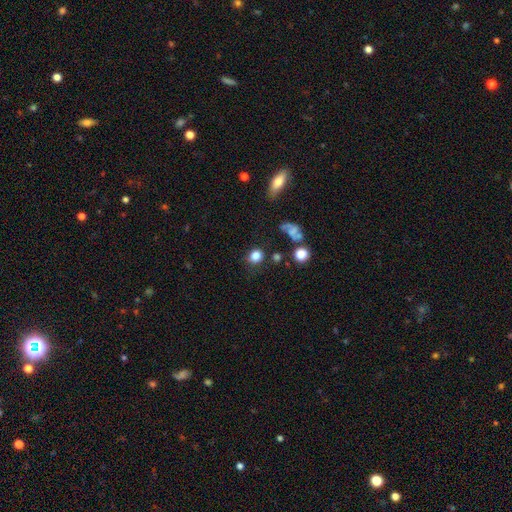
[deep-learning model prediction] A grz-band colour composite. It shows a smooth galaxy with no disk features (81%) that is round (74%). Merging: none (73%).